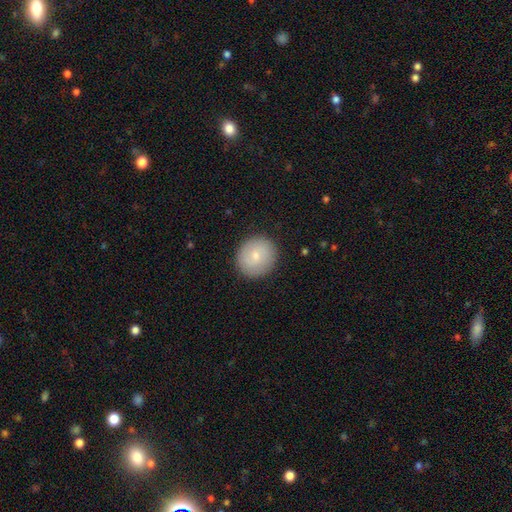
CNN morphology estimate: This is likely a smooth galaxy (76%). How rounded: clearly round (88%). Merging: clearly none (89%).